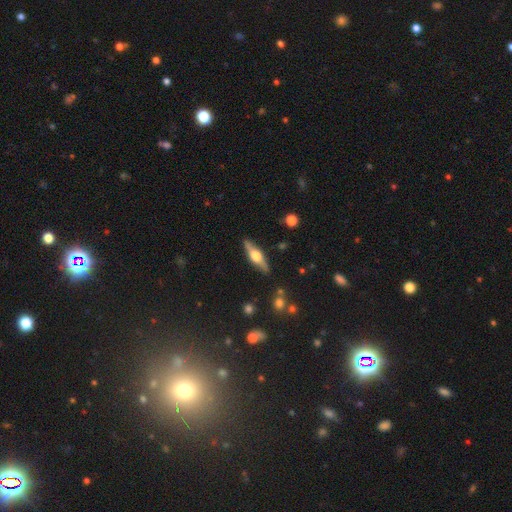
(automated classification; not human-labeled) Smooth or featured? featured or disk (65%)
Edge-on disk? yes (95%)
Edge-on bulge? rounded (93%)
Merging? none (87%)